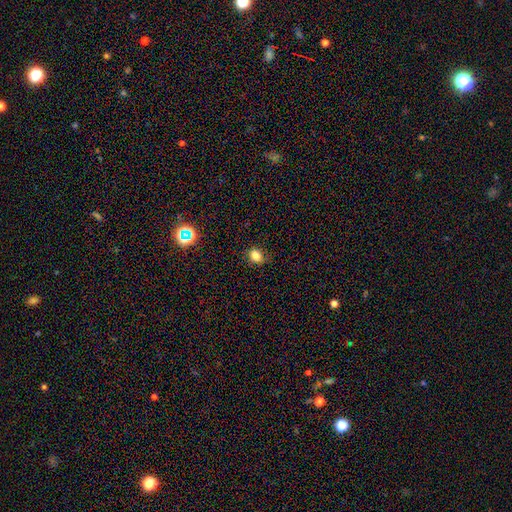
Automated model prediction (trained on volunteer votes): Smooth or featured?
  - smooth: 81% *
  - star or artifact: 14%
  - featured or disk: 6%
How rounded?
  - in between: 52% *
  - round: 47%
  - cigar-shaped: 1%
Merging?
  - none: 79% *
  - minor disturbance: 15%
  - major disturbance: 4%
  - merger: 1%